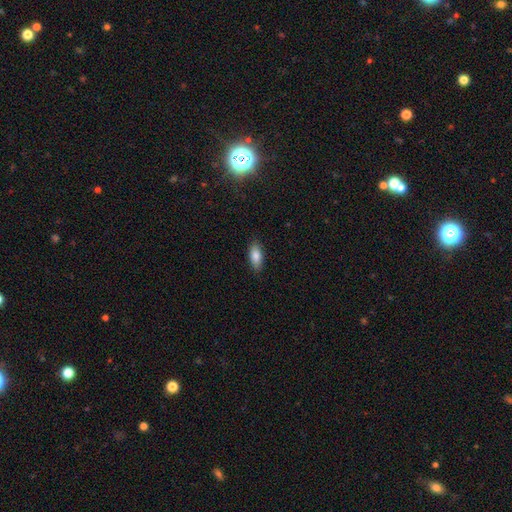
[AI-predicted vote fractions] smooth-or-featured: smooth: 83% | featured or disk: 10% | star or artifact: 7%
  how-rounded: in between: 85% | cigar-shaped: 12% | round: 2%
  merging: none: 87% | minor disturbance: 10% | major disturbance: 2% | merger: 1%